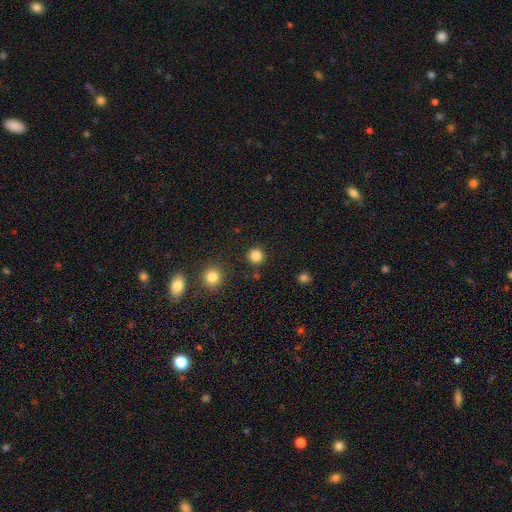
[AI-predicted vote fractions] Smooth or featured? smooth (85%)
How rounded? round (95%)
Merging? none (89%)